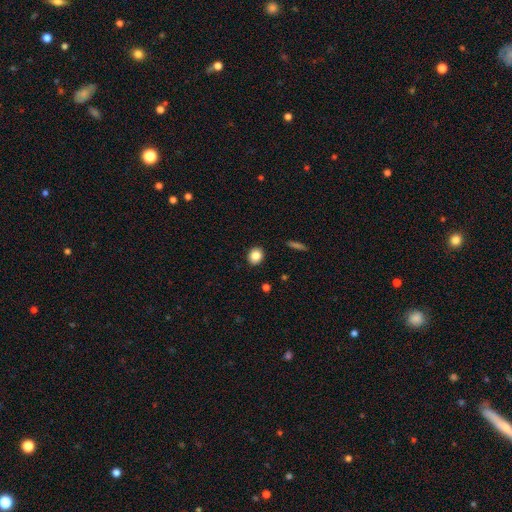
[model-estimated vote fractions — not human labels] smooth-or-featured: smooth: 85% | star or artifact: 9% | featured or disk: 6%
  how-rounded: round: 65% | in between: 34% | cigar-shaped: 1%
  merging: none: 90% | minor disturbance: 7% | major disturbance: 2% | merger: 1%